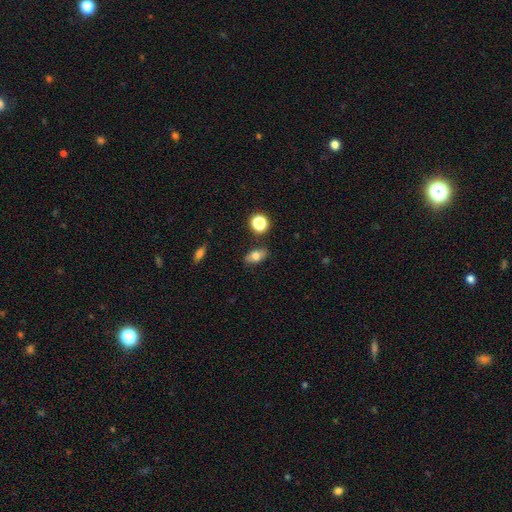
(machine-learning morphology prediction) This is likely a smooth galaxy (73%). How rounded: clearly in between (82%). Merging: clearly none (83%).